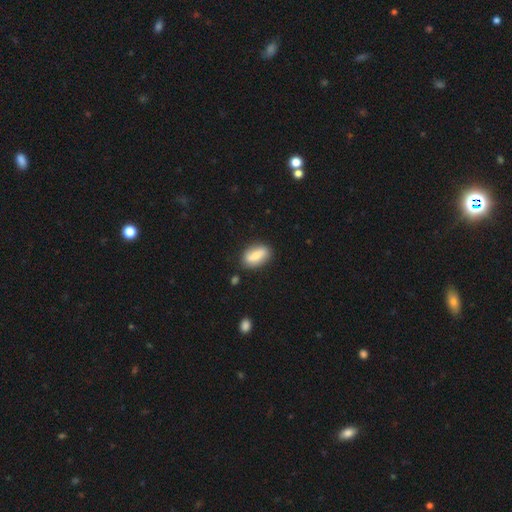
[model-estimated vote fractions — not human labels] This is likely a smooth galaxy (75%). How rounded: clearly in between (88%). Merging: clearly none (82%).